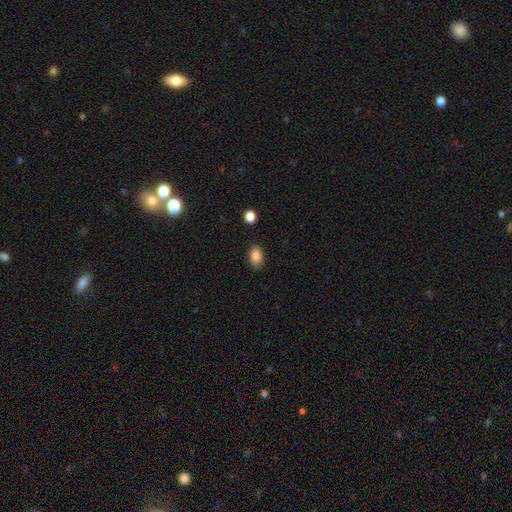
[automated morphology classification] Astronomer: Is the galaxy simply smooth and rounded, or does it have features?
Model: smooth — 86%.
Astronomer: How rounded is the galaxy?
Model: in between — 88%.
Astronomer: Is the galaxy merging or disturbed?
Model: none — 85%.